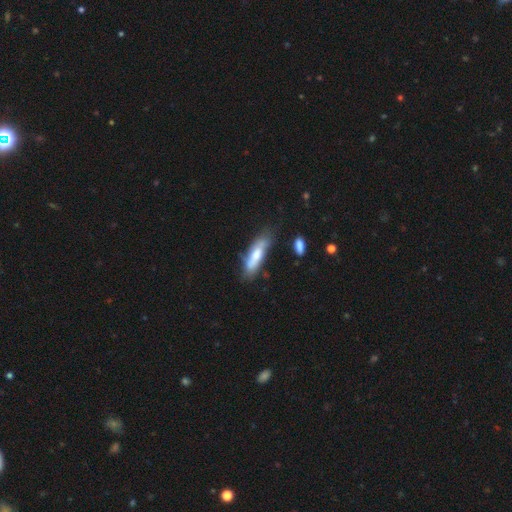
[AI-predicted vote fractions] This appears to be a smooth galaxy with no disk features (62%) that is cigar-shaped (59%). Merging: none (58%).